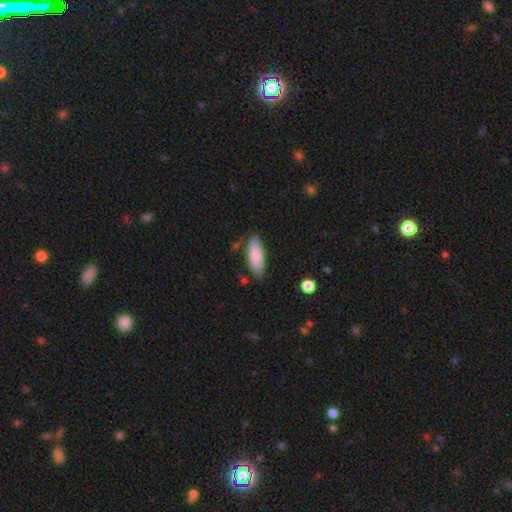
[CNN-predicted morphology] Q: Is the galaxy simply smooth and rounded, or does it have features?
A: smooth — 84%.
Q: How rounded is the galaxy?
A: in between — 72%.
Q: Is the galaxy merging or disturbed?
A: none — 79%.